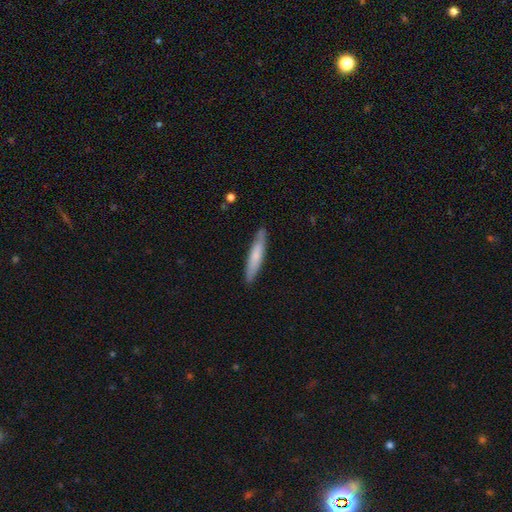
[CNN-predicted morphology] Smooth or featured? Predicted: smooth (p=0.67). How rounded? Predicted: cigar-shaped (p=0.89). Merging? Predicted: none (p=0.86).